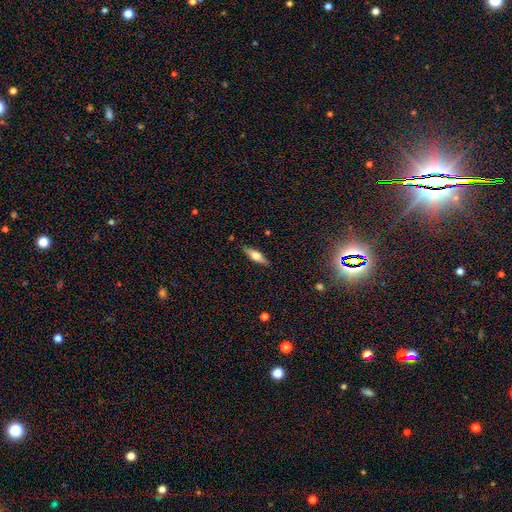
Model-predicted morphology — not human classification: Q: Smooth or featured?
A: featured or disk (47%); runner-up: smooth (46%)
Q: Merging?
A: none (87%); runner-up: minor disturbance (9%)